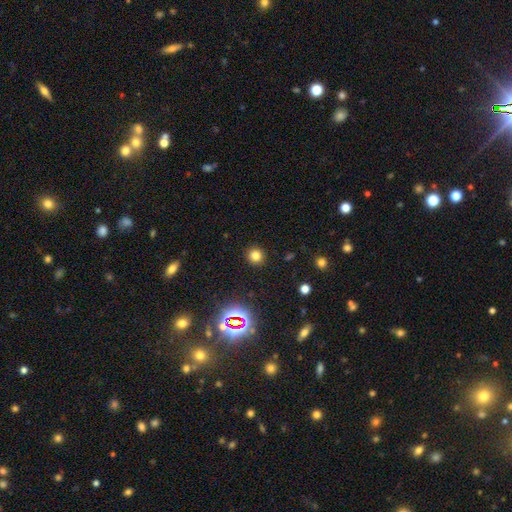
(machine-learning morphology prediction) smooth 76%, star or artifact 18%, featured or disk 6%. Down the decision tree: how rounded — round (91%); merging — none (91%).